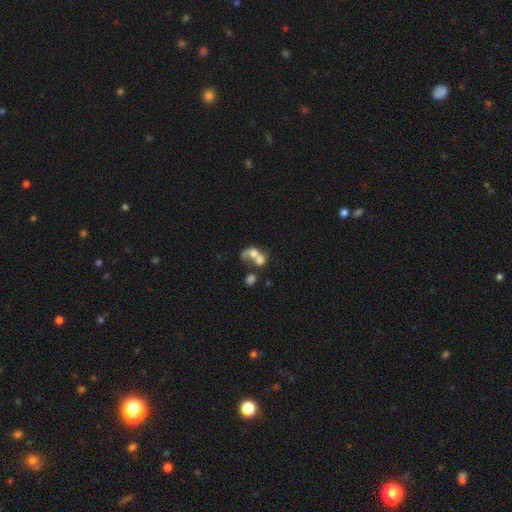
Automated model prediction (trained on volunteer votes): A smooth galaxy with no disk features (50%). Merging: merger (66%).